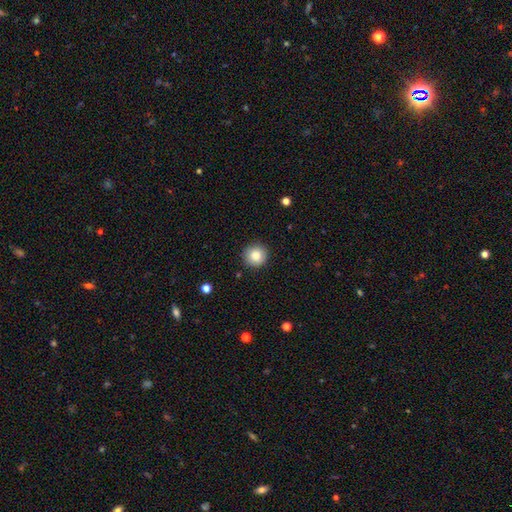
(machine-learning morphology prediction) Overall: smooth (86%). How rounded: round (94%). Merging: none (90%).